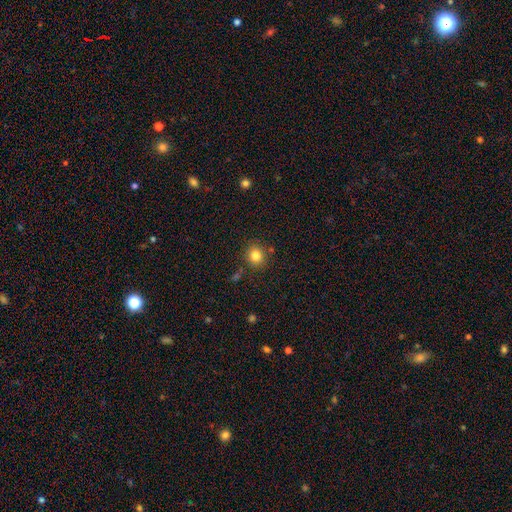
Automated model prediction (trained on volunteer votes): A smooth galaxy with no disk features (82%) that is round (86%).

Vote fractions:
- Smooth or featured? smooth: 82% / star or artifact: 12% / featured or disk: 7%
- How rounded? round: 86% / in between: 13% / cigar-shaped: 1%
- Merging? none: 86% / minor disturbance: 8% / merger: 4% / major disturbance: 3%